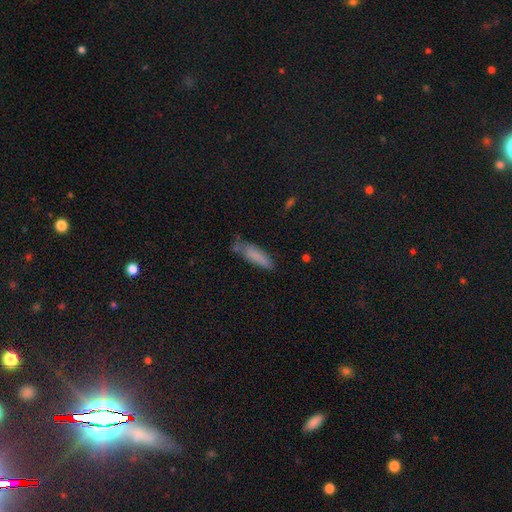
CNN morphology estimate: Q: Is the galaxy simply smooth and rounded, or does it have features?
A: smooth — 80%.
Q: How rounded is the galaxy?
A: cigar-shaped — 64%.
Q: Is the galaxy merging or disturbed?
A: none — 58%.